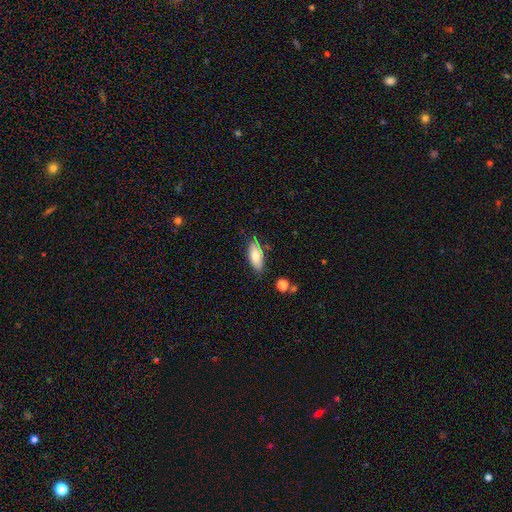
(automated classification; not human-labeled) Morphology: type=smooth (77%); roundness=in between (83%); merging=none (73%).